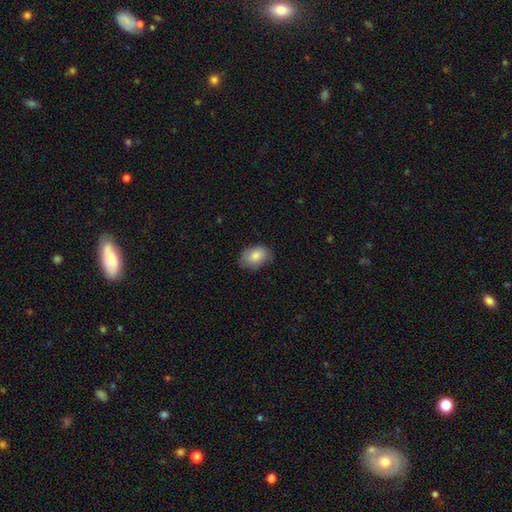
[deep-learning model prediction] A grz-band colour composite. It shows a smooth galaxy with no disk features (82%) that is in between round and cigar-shaped (83%). Merging: none (75%).